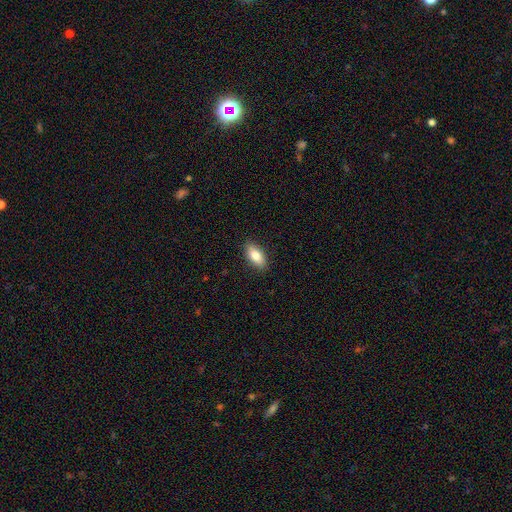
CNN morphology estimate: Smooth or featured? smooth (79%)
How rounded? in between (84%)
Merging? none (88%)